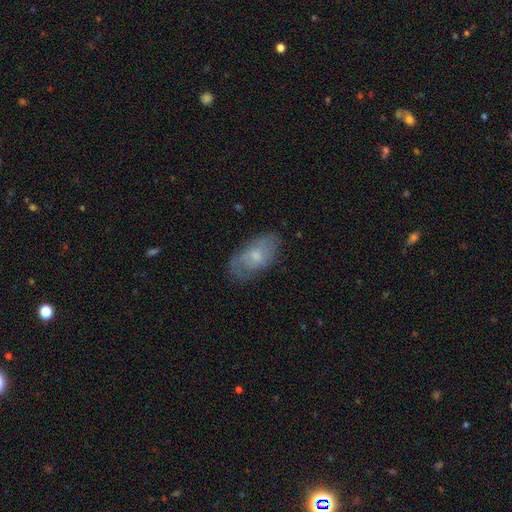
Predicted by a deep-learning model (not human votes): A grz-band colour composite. It shows a smooth galaxy with no disk features (54%) that is in between round and cigar-shaped (91%). Merging: none (67%).